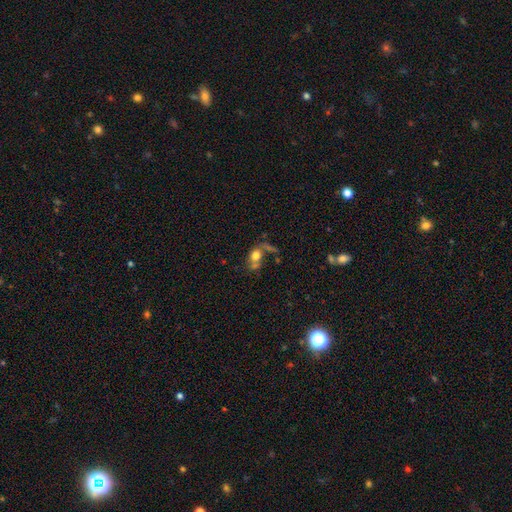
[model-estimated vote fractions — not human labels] Q: Smooth or featured?
A: smooth (66%); runner-up: featured or disk (21%)
Q: How rounded?
A: in between (50%); runner-up: round (47%)
Q: Merging?
A: none (33%); runner-up: merger (32%)